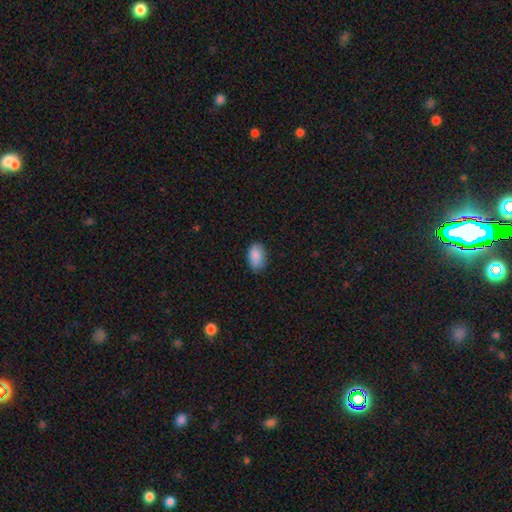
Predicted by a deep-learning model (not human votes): The model was most divided on "merging": none: 80%, minor disturbance: 16%, major disturbance: 3%, merger: 1%. More confident: how rounded — in between (90%); smooth or featured — smooth (89%).